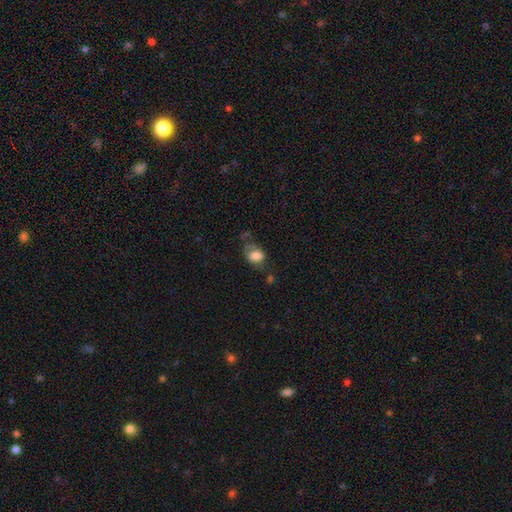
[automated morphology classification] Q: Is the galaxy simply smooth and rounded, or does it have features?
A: smooth — 70%.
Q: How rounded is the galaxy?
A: in between — 78%.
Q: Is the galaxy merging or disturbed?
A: none — 36%.